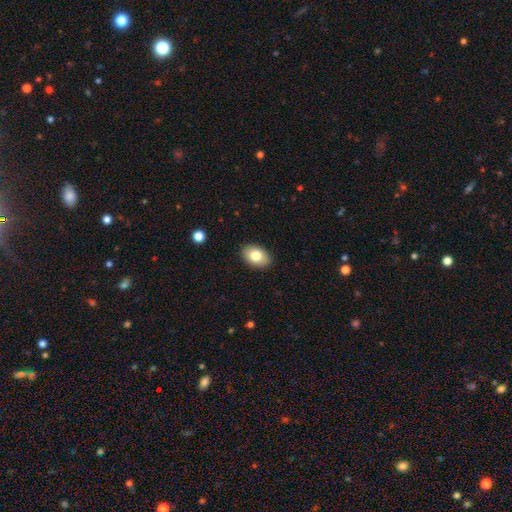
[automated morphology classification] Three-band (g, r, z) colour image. It shows a smooth galaxy with no disk features (80%) that is in between round and cigar-shaped (83%). Merging: none (89%).